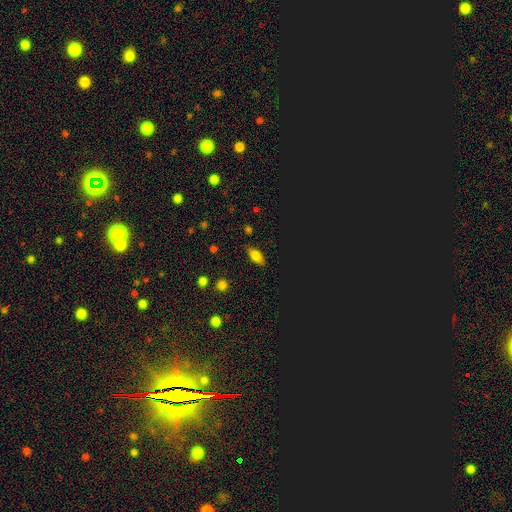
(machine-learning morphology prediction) A smooth galaxy with no disk features (71%) that is in between round and cigar-shaped (83%).

Vote fractions:
- Smooth or featured? smooth: 71% / star or artifact: 15% / featured or disk: 14%
- How rounded? in between: 83% / cigar-shaped: 12% / round: 6%
- Merging? none: 81% / minor disturbance: 15% / major disturbance: 3% / merger: 2%